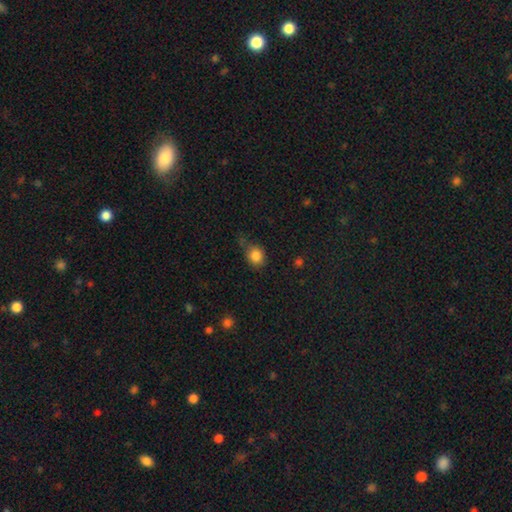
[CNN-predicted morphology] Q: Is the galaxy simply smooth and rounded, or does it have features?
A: smooth — 84%.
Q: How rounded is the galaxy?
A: round — 72%.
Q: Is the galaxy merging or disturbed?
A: none — 56%.